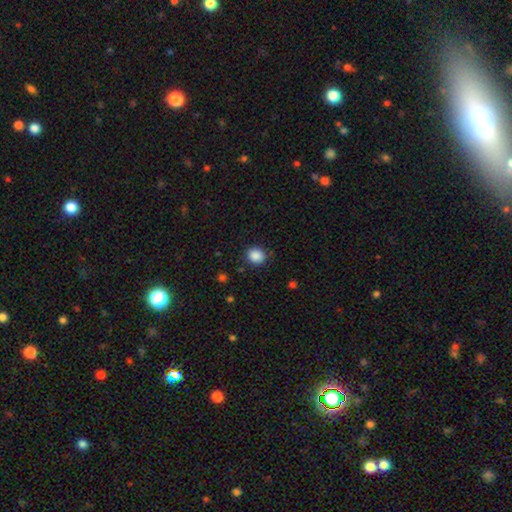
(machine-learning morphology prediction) Smooth or featured: smooth — 88% (star or artifact — 9%)
How rounded: round — 77% (in between — 22%)
Merging: none — 86% (minor disturbance — 10%)